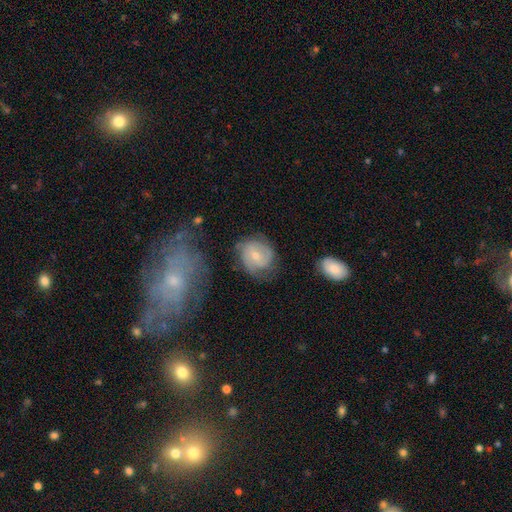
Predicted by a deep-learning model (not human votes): Morphology: type=featured or disk (59%); edge-on=no (97%); bar=no (60%); spiral arms=yes (83%); bulge=small (57%); merging=none (60%).